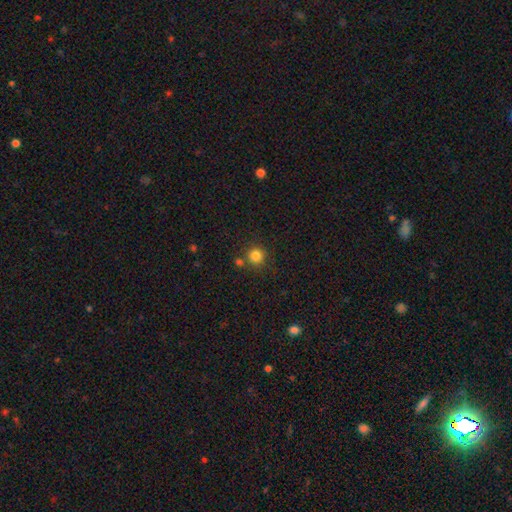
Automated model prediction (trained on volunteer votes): smooth_or_featured: smooth (p=0.83) [alt: star or artifact p=0.13]
how_rounded: round (p=0.93) [alt: in between p=0.06]
merging: none (p=0.77) [alt: merger p=0.12]